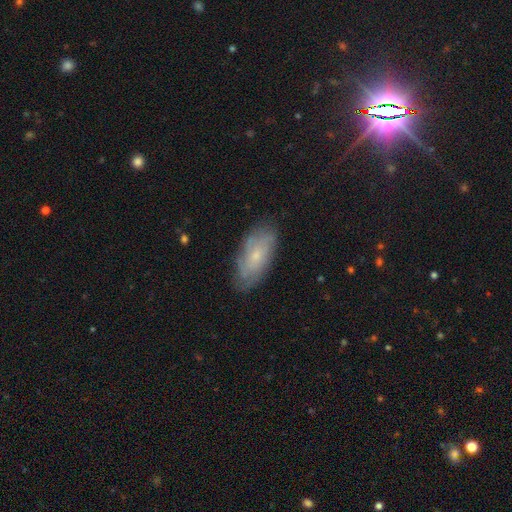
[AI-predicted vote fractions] Smooth or featured? featured or disk (51%)
Edge-on disk? no (89%)
Merging? none (77%)